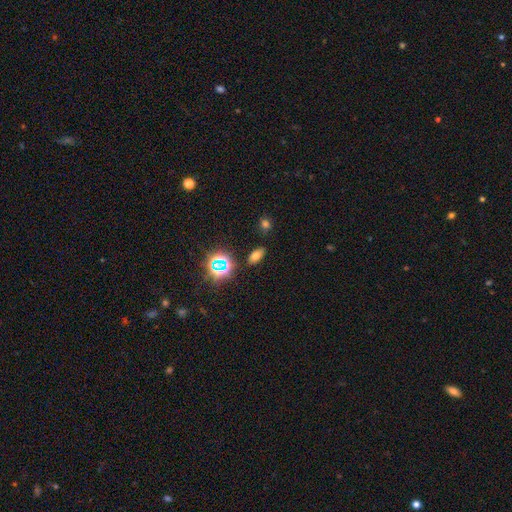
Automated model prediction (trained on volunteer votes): Smooth or featured? Predicted: smooth (p=0.64). How rounded? Predicted: in between (p=0.85). Merging? Predicted: none (p=0.85).